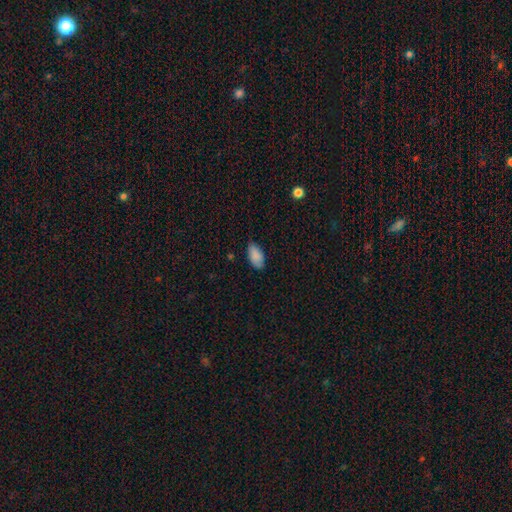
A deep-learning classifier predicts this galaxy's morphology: Overall: smooth (88%). How rounded: in between (93%). Merging: none (76%).